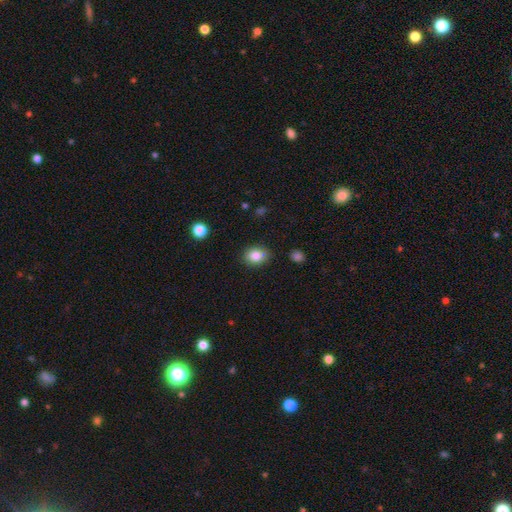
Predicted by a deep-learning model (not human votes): Morphology: type=smooth (84%); roundness=round (50%); merging=none (82%).